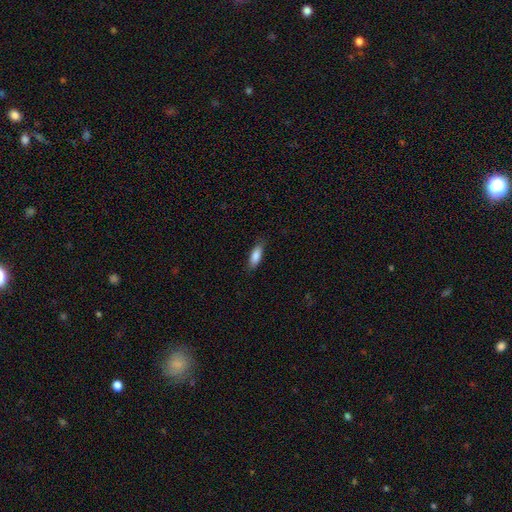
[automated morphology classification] Smooth or featured? smooth (85%)
How rounded? in between (64%)
Merging? none (82%)